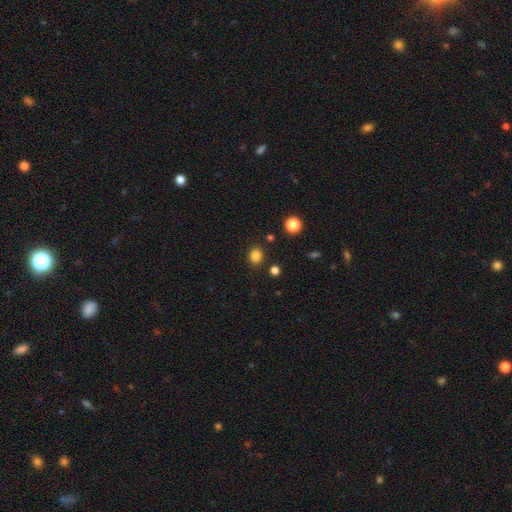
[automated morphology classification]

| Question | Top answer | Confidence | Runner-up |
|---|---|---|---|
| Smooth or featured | smooth | 83% | star or artifact (13%) |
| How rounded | round | 76% | in between (23%) |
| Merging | none | 88% | minor disturbance (7%) |